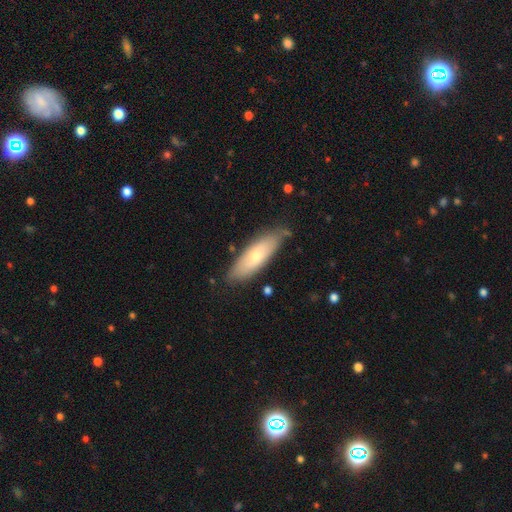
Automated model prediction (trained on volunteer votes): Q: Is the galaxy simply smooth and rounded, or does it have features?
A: smooth — 61%.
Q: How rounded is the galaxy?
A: in between — 52%.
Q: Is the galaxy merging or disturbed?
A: none — 78%.